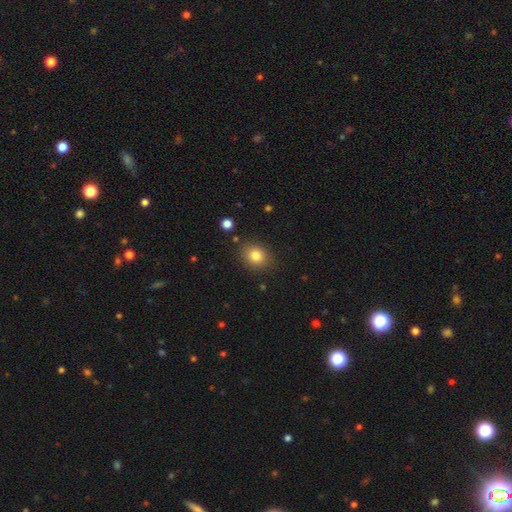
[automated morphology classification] Smooth or featured? Predicted: smooth (p=0.82). How rounded? Predicted: round (p=0.61). Merging? Predicted: none (p=0.85).